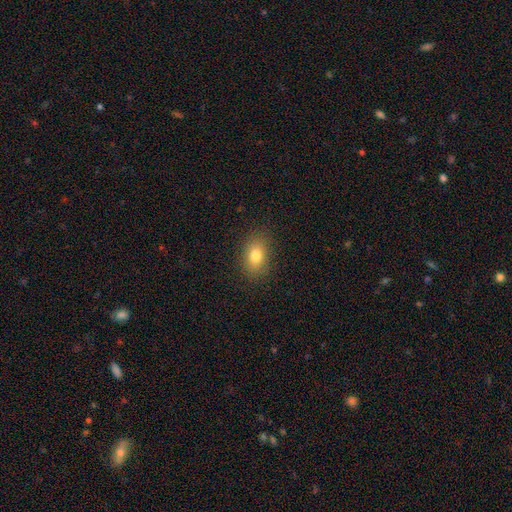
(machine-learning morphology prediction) Smooth or featured? smooth (78%)
How rounded? in between (79%)
Merging? none (87%)